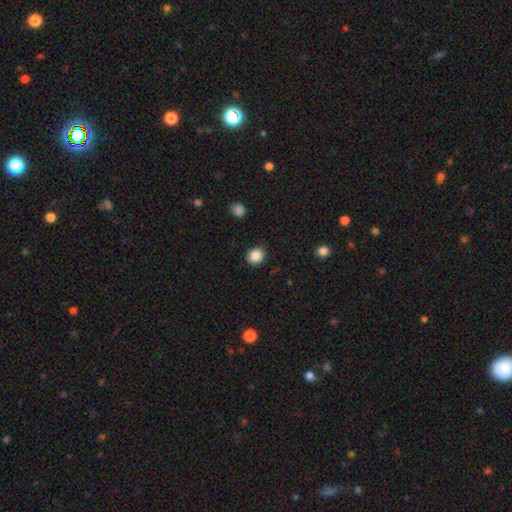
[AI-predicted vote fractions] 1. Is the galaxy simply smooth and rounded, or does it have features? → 87% smooth, 9% star or artifact, 3% featured or disk.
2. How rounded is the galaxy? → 67% round, 32% in between, 1% cigar-shaped.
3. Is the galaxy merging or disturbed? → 89% none, 8% minor disturbance, 2% major disturbance, 1% merger.